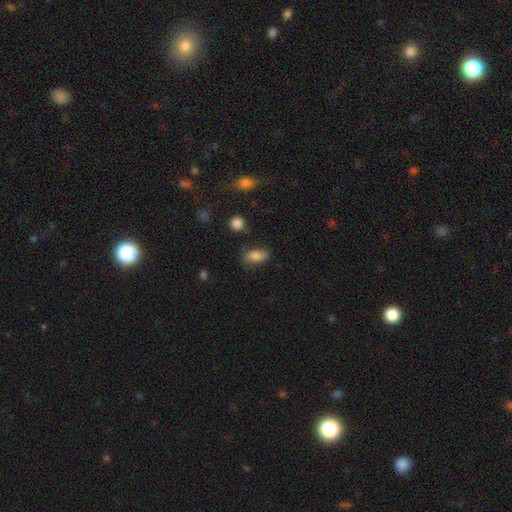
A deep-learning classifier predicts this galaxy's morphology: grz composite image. It shows a smooth galaxy with no disk features (77%) that is in between round and cigar-shaped (88%). Merging: none (65%).